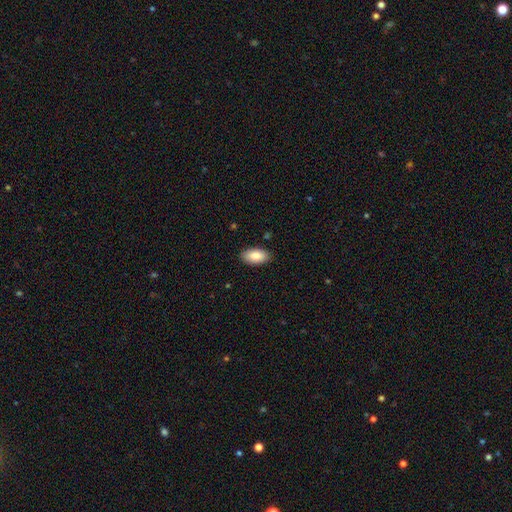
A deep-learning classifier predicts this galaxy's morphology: The model was most divided on "smooth or featured": smooth: 85%, featured or disk: 8%, star or artifact: 6%. More confident: how rounded — in between (94%); merging — none (88%).